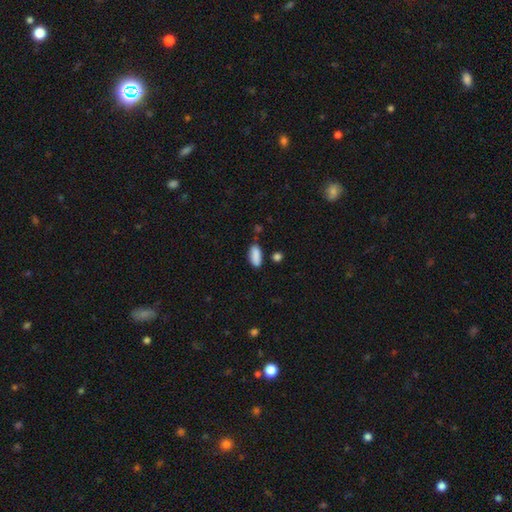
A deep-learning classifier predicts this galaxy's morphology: Smooth or featured? Predicted: smooth (p=0.88). How rounded? Predicted: in between (p=0.85). Merging? Predicted: none (p=0.73).